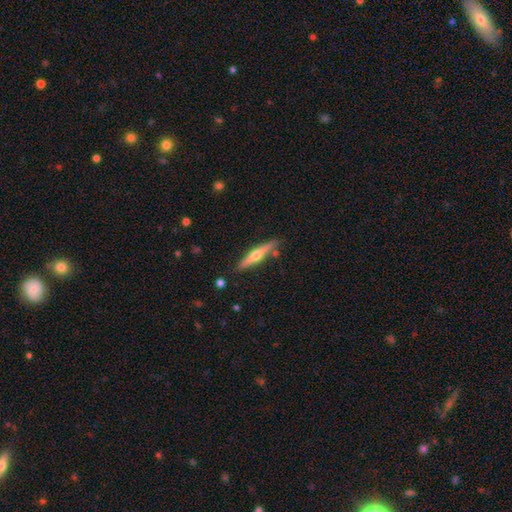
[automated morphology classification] smooth-or-featured: featured or disk: 61% | smooth: 34% | star or artifact: 6%
  disk-edge-on: yes: 96% | no: 4%
    edge-on-bulge: rounded: 92% | none: 6% | boxy: 3%
  merging: none: 83% | minor disturbance: 11% | merger: 4% | major disturbance: 2%